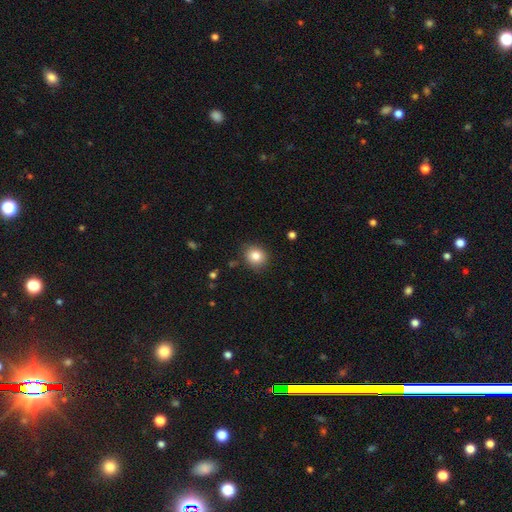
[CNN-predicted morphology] smooth 83%, star or artifact 10%, featured or disk 7%. Down the decision tree: how rounded — round (77%); merging — none (84%).